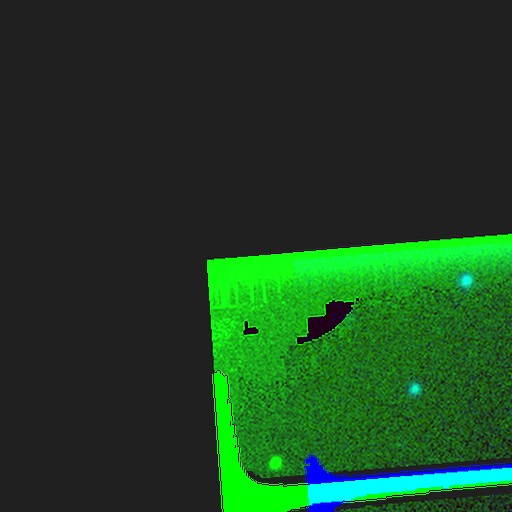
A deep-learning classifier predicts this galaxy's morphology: smooth_or_featured: star or artifact (p=0.88) [alt: featured or disk p=0.07]